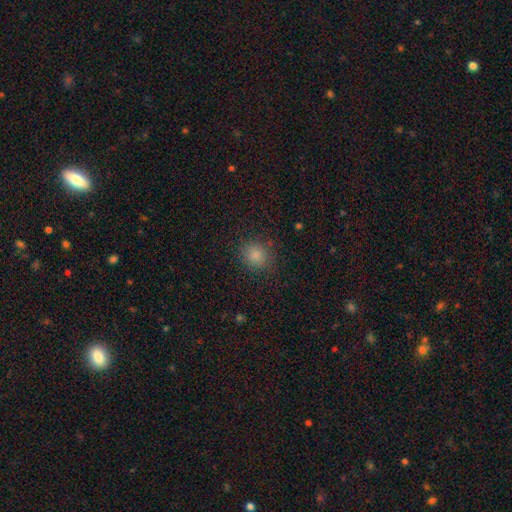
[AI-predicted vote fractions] Smooth or featured: smooth — 80% (star or artifact — 15%)
How rounded: round — 80% (in between — 19%)
Merging: none — 87% (minor disturbance — 9%)